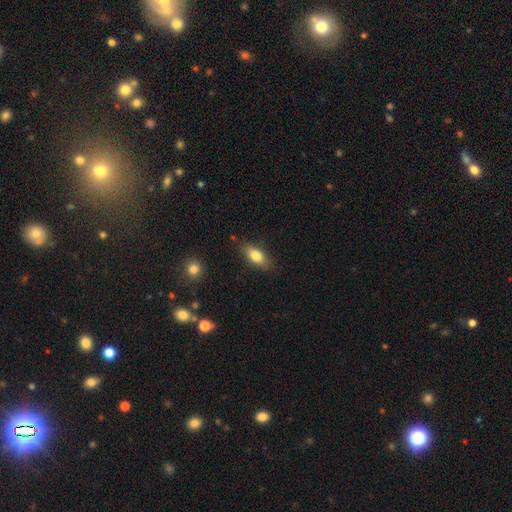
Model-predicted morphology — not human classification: Smooth or featured: smooth — 77% (featured or disk — 15%)
How rounded: in between — 81% (cigar-shaped — 15%)
Merging: none — 81% (minor disturbance — 14%)